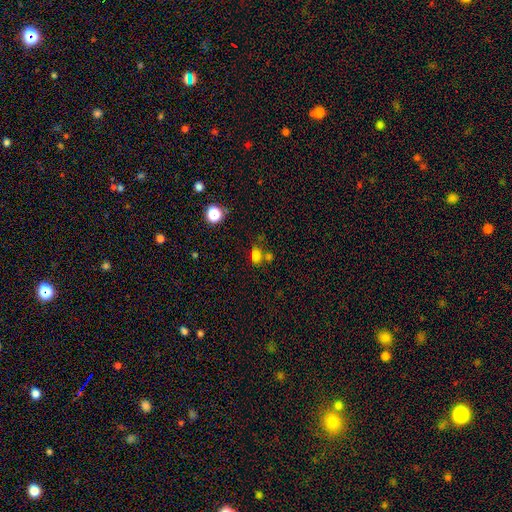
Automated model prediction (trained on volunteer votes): smooth-or-featured: smooth: 75% | star or artifact: 18% | featured or disk: 7%
  how-rounded: in between: 69% | round: 29% | cigar-shaped: 2%
  merging: none: 52% | merger: 24% | minor disturbance: 16% | major disturbance: 8%